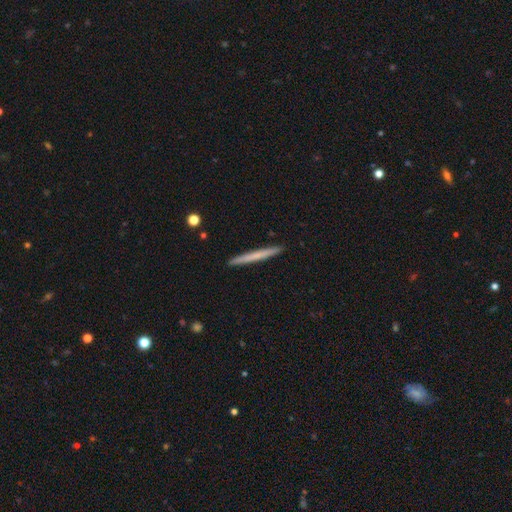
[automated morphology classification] This is likely a smooth galaxy (60%). How rounded: clearly cigar-shaped (97%). Merging: clearly none (93%).